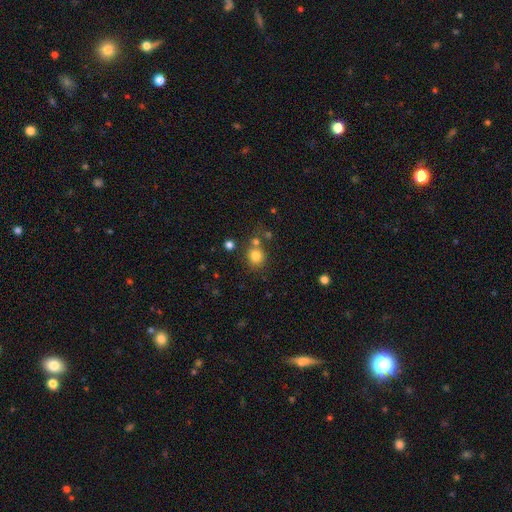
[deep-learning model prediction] Morphology: type=smooth (80%); roundness=round (88%); merging=none (69%).